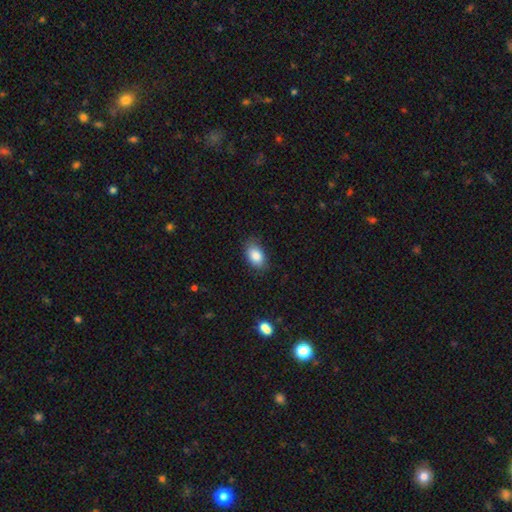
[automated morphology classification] smooth 86%, star or artifact 7%, featured or disk 6%. Down the decision tree: how rounded — in between (90%); merging — none (82%).